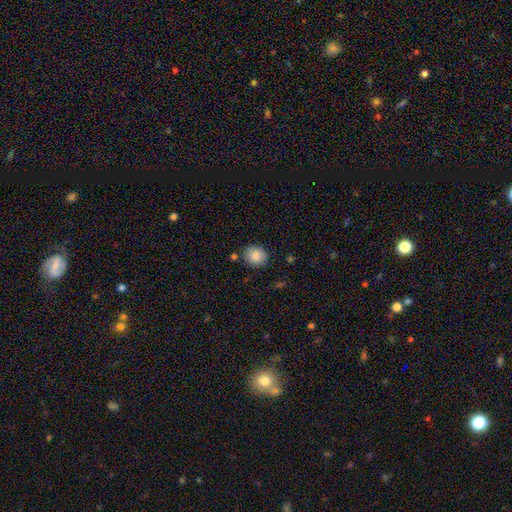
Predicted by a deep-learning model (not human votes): Overall: smooth (86%). How rounded: round (76%). Merging: none (83%).